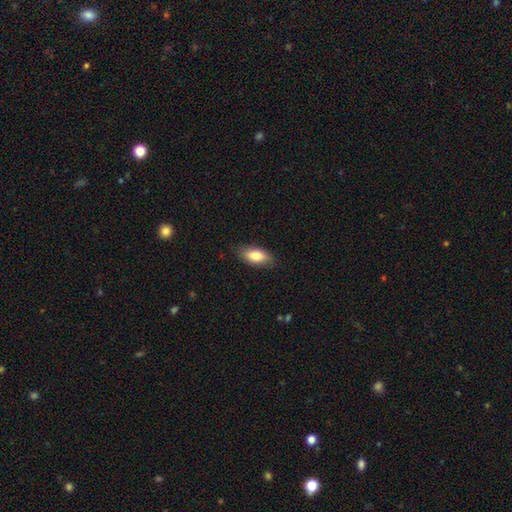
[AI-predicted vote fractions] A smooth galaxy with no disk features (81%) that is in between round and cigar-shaped (86%).

Vote fractions:
- Smooth or featured? smooth: 81% / featured or disk: 12% / star or artifact: 7%
- How rounded? in between: 86% / cigar-shaped: 11% / round: 3%
- Merging? none: 82% / minor disturbance: 14% / major disturbance: 3% / merger: 1%